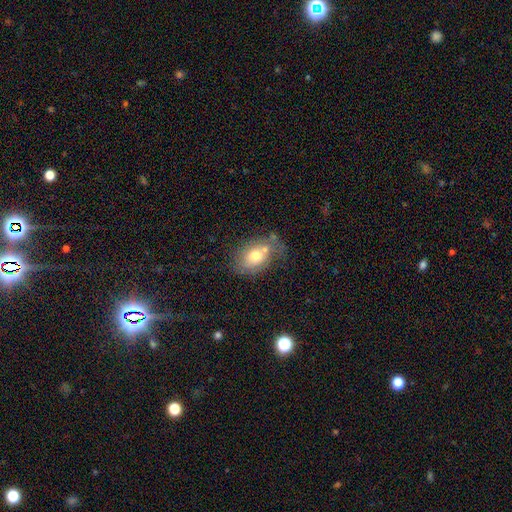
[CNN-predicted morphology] This is likely a smooth galaxy (64%). How rounded: likely in between (74%). Merging: possibly none (46%).